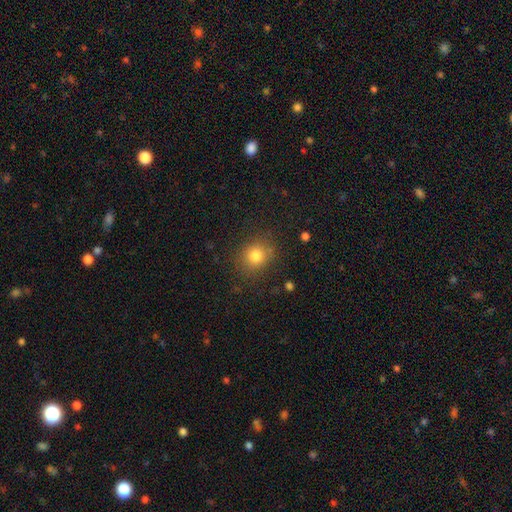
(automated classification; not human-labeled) Smooth or featured? Predicted: smooth (p=0.79). How rounded? Predicted: round (p=0.73). Merging? Predicted: none (p=0.85).